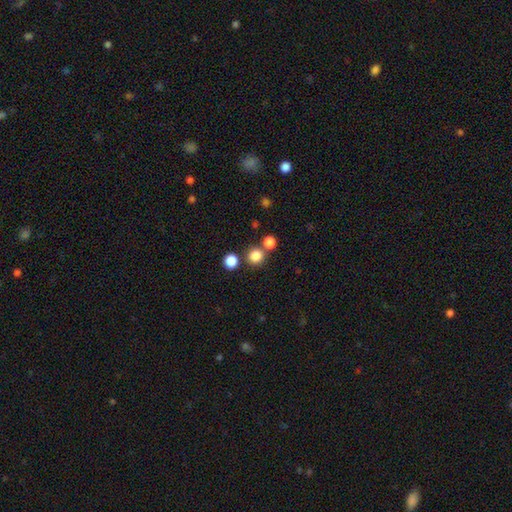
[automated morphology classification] Overall: smooth (83%). How rounded: round (91%). Merging: none (75%).